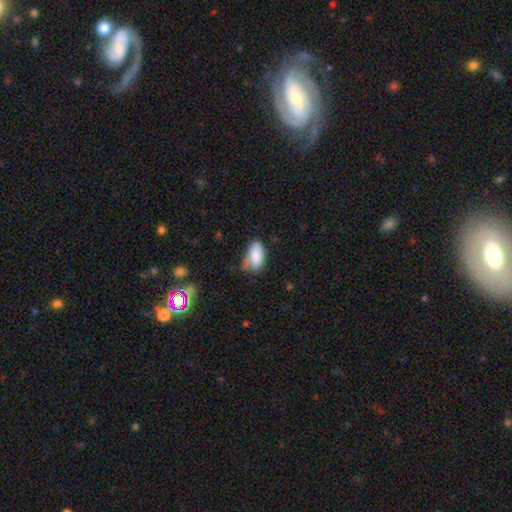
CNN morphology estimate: A smooth galaxy with no disk features (85%) that is in between round and cigar-shaped (92%). Merging: none (48%).